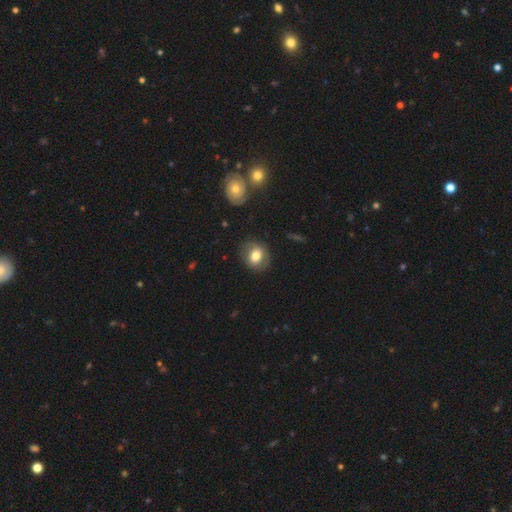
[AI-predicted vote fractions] Morphology: type=smooth (66%); roundness=round (57%); merging=none (79%).